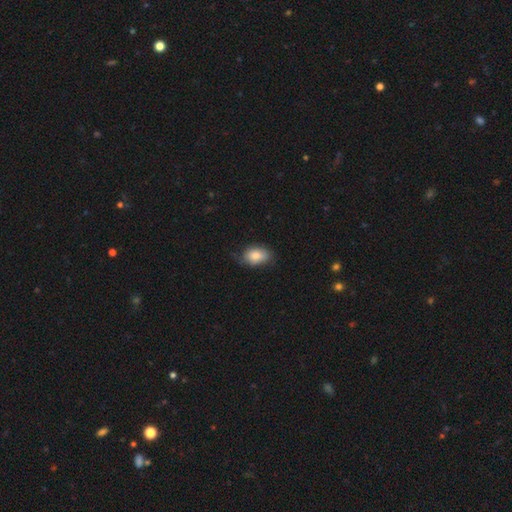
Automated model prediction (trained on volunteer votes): The model was most divided on "merging": none: 64%, minor disturbance: 29%, major disturbance: 6%, merger: 1%. More confident: how rounded — in between (85%); smooth or featured — smooth (81%).